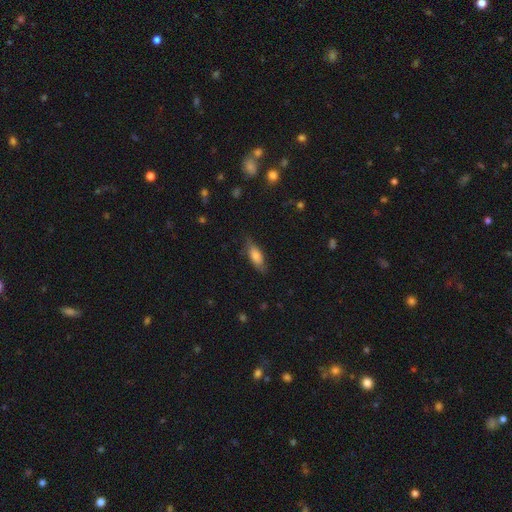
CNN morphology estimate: A smooth galaxy with no disk features (72%) that is in between round and cigar-shaped (71%).

Vote fractions:
- Smooth or featured? smooth: 72% / featured or disk: 21% / star or artifact: 7%
- How rounded? in between: 71% / cigar-shaped: 27% / round: 3%
- Merging? none: 74% / minor disturbance: 20% / major disturbance: 5% / merger: 1%